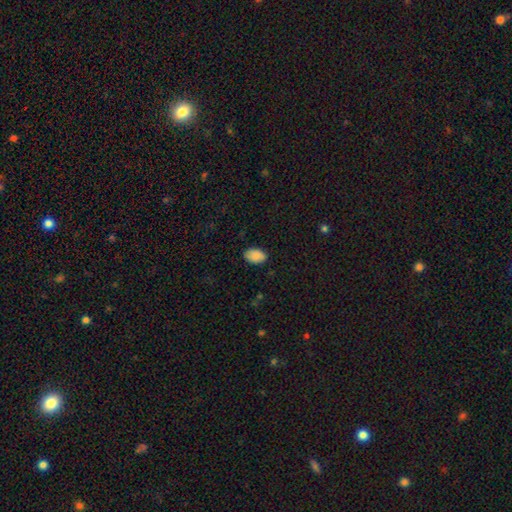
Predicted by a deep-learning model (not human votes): Smooth or featured?
  - smooth: 89% *
  - star or artifact: 7%
  - featured or disk: 4%
How rounded?
  - in between: 90% *
  - round: 9%
  - cigar-shaped: 1%
Merging?
  - none: 86% *
  - minor disturbance: 11%
  - major disturbance: 2%
  - merger: 1%